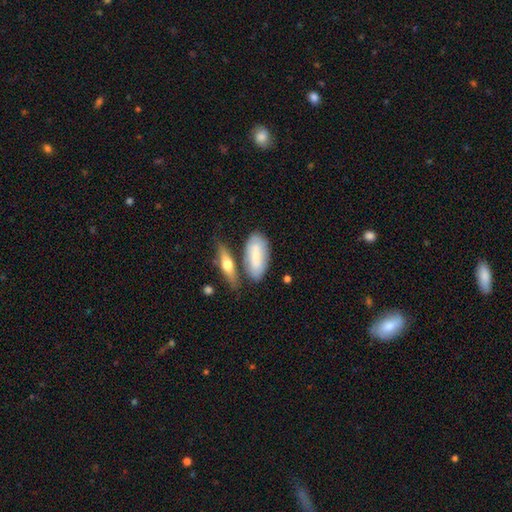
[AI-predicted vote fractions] Smooth or featured? Predicted: smooth (p=0.67). How rounded? Predicted: in between (p=0.83). Merging? Predicted: none (p=0.55).